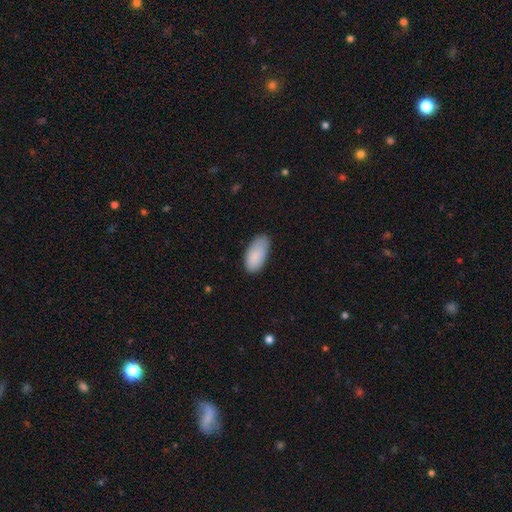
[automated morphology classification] Q: Smooth or featured?
A: smooth (88%); runner-up: star or artifact (6%)
Q: How rounded?
A: in between (93%); runner-up: cigar-shaped (5%)
Q: Merging?
A: none (72%); runner-up: minor disturbance (23%)